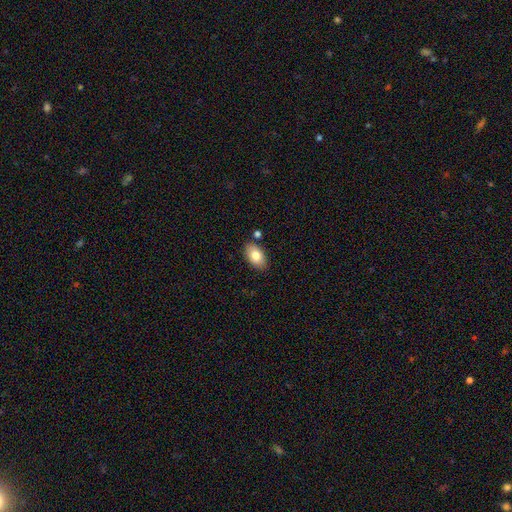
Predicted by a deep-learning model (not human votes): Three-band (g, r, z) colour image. It shows a smooth galaxy with no disk features (80%) that is in between round and cigar-shaped (92%). Merging: none (82%).